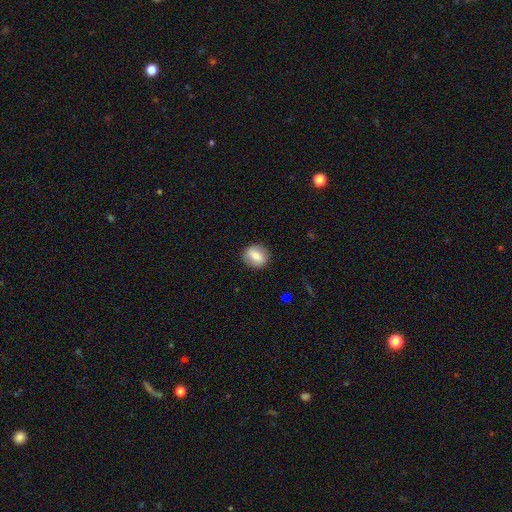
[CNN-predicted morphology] This is likely a smooth galaxy (71%). How rounded: likely round (73%). Merging: clearly none (87%).